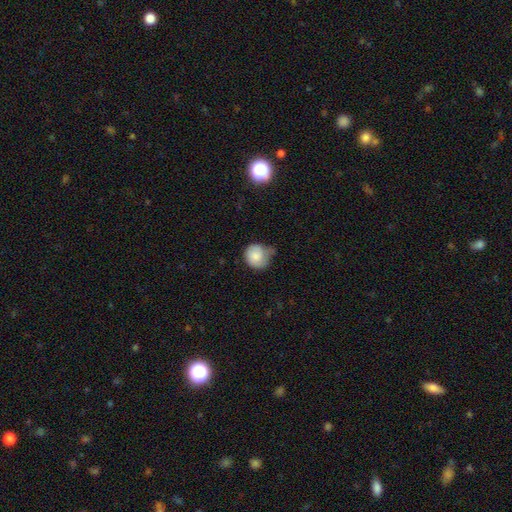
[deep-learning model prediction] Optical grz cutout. It shows a smooth galaxy with no disk features (80%) that is round (84%). Merging: minor disturbance (43%).